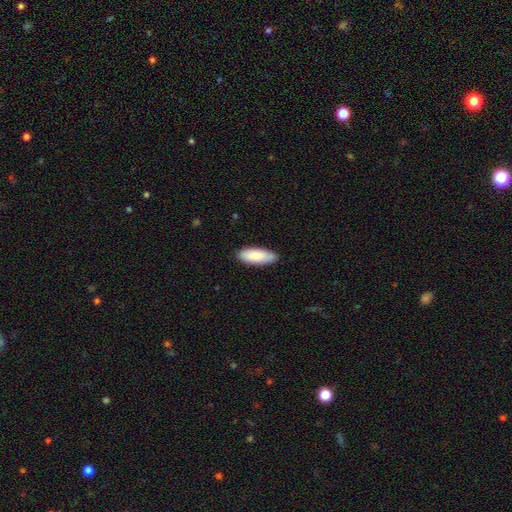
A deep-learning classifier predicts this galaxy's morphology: Q: Smooth or featured?
A: smooth (86%); runner-up: featured or disk (8%)
Q: How rounded?
A: in between (69%); runner-up: cigar-shaped (29%)
Q: Merging?
A: none (88%); runner-up: minor disturbance (10%)